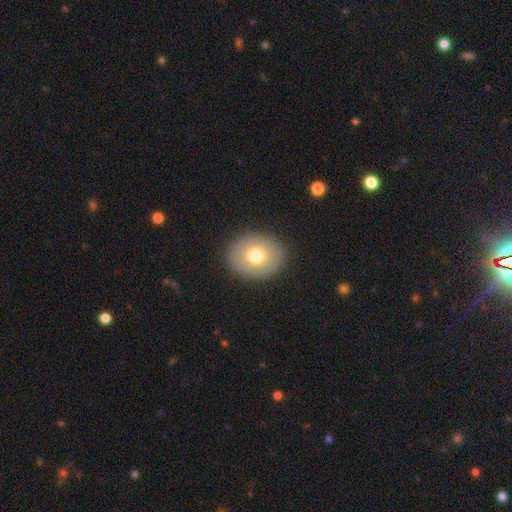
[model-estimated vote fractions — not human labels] Smooth or featured?
  - smooth: 71% *
  - featured or disk: 20%
  - star or artifact: 9%
How rounded?
  - in between: 50% *
  - round: 49%
  - cigar-shaped: 1%
Merging?
  - none: 89% *
  - minor disturbance: 8%
  - major disturbance: 3%
  - merger: 1%